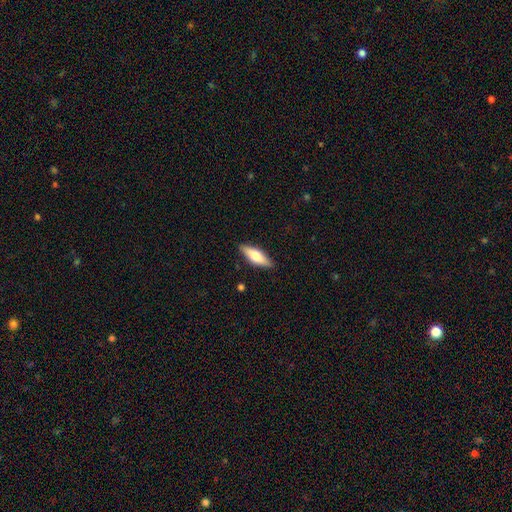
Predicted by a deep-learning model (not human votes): This is likely a smooth galaxy (62%). How rounded: possibly in between (53%). Merging: clearly none (88%).